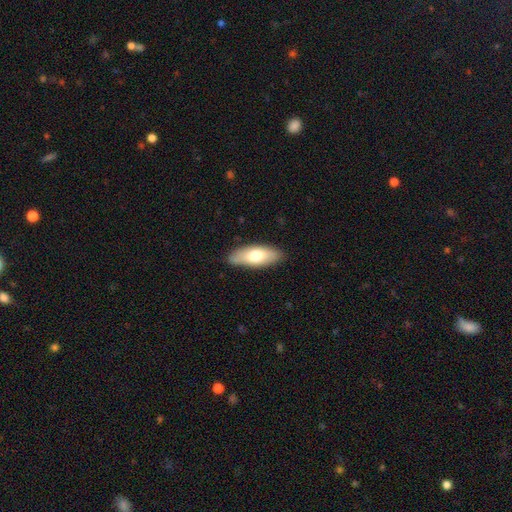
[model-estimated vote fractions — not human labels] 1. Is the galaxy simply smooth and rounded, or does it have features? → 70% smooth, 25% featured or disk, 6% star or artifact.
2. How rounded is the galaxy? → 74% in between, 23% cigar-shaped, 2% round.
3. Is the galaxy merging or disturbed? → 84% none, 13% minor disturbance, 2% major disturbance, 1% merger.